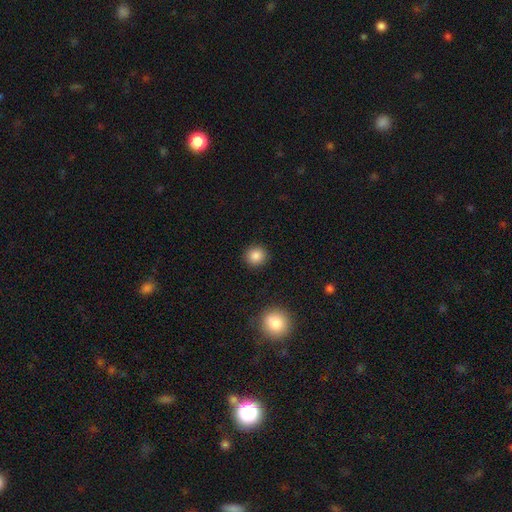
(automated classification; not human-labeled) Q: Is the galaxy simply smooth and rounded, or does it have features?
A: smooth — 86%.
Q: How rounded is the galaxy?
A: round — 91%.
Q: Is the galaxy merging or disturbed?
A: none — 91%.